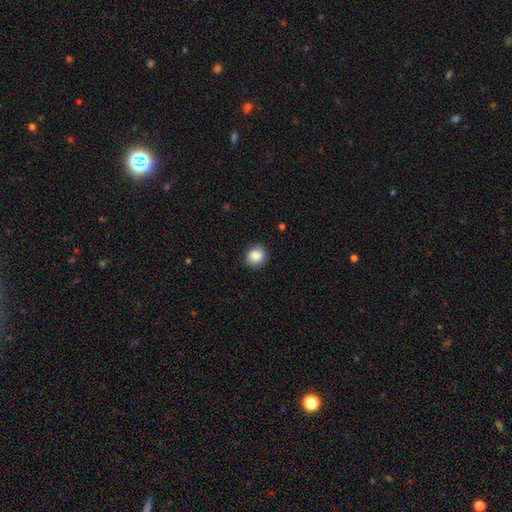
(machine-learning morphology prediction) smooth_or_featured: smooth (p=0.88) [alt: star or artifact p=0.09]
how_rounded: round (p=0.85) [alt: in between p=0.14]
merging: none (p=0.89) [alt: minor disturbance p=0.08]